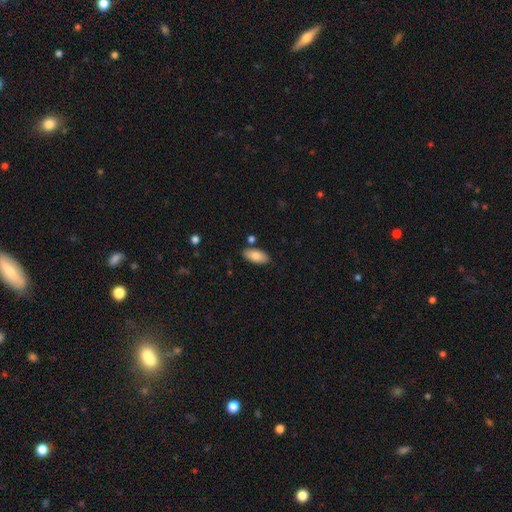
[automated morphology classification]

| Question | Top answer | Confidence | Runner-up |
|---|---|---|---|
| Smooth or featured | smooth | 83% | featured or disk (10%) |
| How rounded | in between | 91% | cigar-shaped (7%) |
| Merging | none | 82% | minor disturbance (11%) |